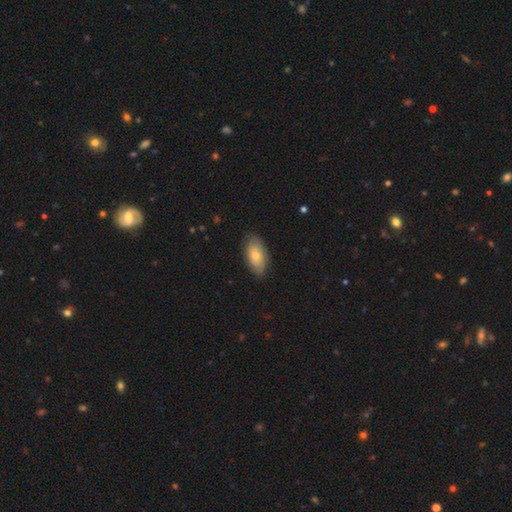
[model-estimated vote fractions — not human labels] This is likely a smooth galaxy (69%). How rounded: clearly in between (93%). Merging: clearly none (80%).